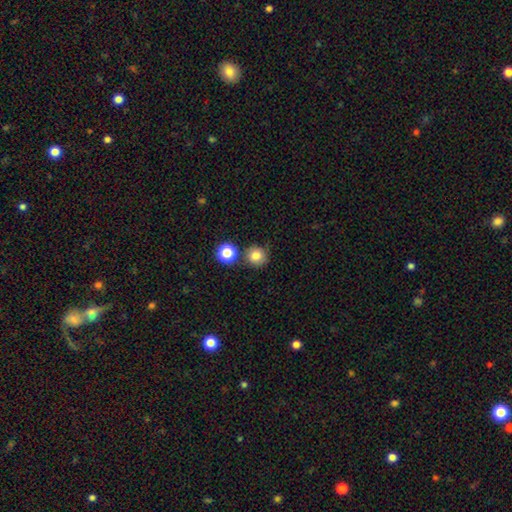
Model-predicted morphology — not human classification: Smooth or featured? Predicted: smooth (p=0.81). How rounded? Predicted: round (p=0.91). Merging? Predicted: none (p=0.77).